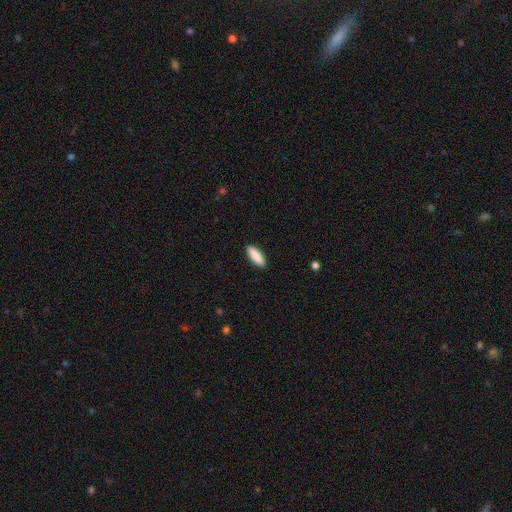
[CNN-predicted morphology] Smooth or featured?
  - smooth: 89% *
  - featured or disk: 6%
  - star or artifact: 6%
How rounded?
  - in between: 56% *
  - cigar-shaped: 43%
  - round: 2%
Merging?
  - none: 90% *
  - minor disturbance: 7%
  - major disturbance: 2%
  - merger: 1%